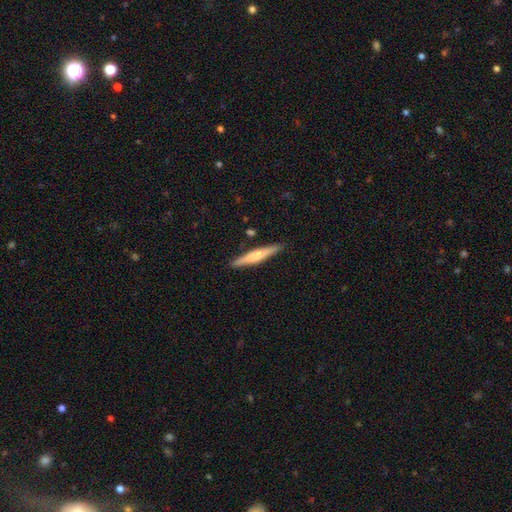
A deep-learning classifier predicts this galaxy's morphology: Smooth or featured? featured or disk (49%)
Merging? none (89%)